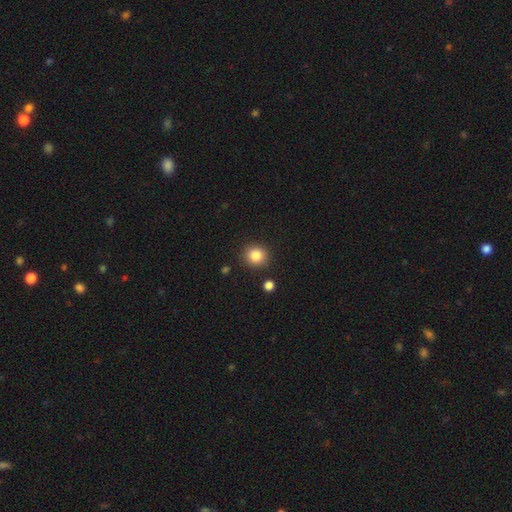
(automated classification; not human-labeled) The model was most divided on "smooth or featured": smooth: 84%, star or artifact: 10%, featured or disk: 5%. More confident: merging — none (88%); how rounded — round (87%).